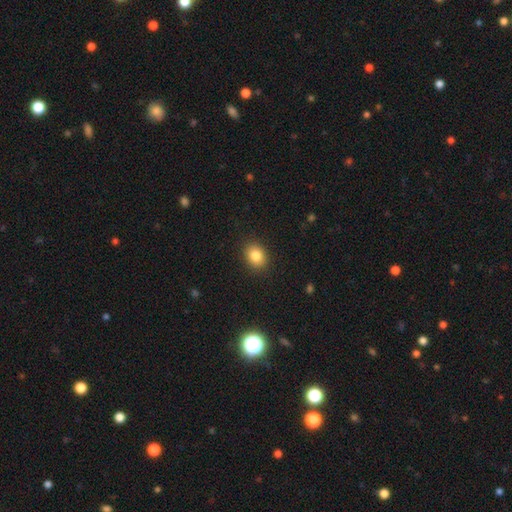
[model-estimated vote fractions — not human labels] A smooth galaxy with no disk features (84%) that is in between round and cigar-shaped (57%). Merging: none (89%).